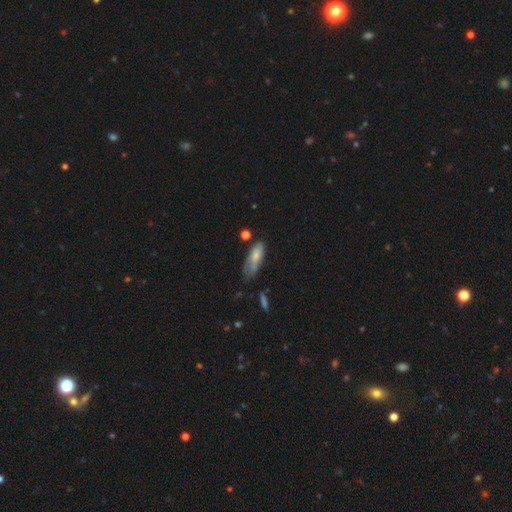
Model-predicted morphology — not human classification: The model was most divided on "merging": none: 42%, minor disturbance: 35%, major disturbance: 17%, merger: 5%. More confident: how rounded — in between (72%); smooth or featured — smooth (65%).